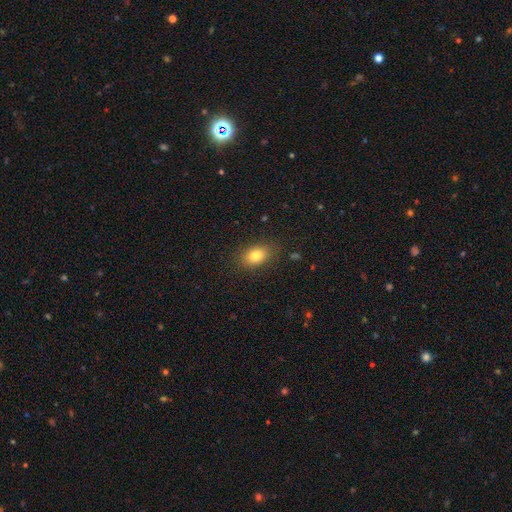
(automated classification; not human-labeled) A smooth galaxy with no disk features (82%) that is in between round and cigar-shaped (80%).

Vote fractions:
- Smooth or featured? smooth: 82% / star or artifact: 10% / featured or disk: 8%
- How rounded? in between: 80% / round: 18% / cigar-shaped: 2%
- Merging? none: 84% / minor disturbance: 11% / major disturbance: 3% / merger: 1%